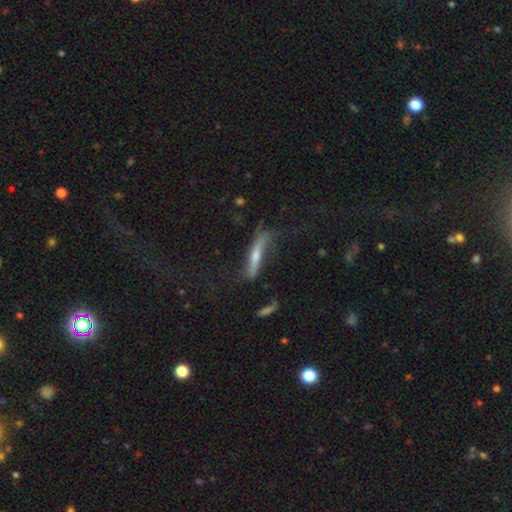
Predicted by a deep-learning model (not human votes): A featured or disk galaxy (57%) viewed edge-on (80%).

Vote fractions:
- Smooth or featured? featured or disk: 57% / smooth: 34% / star or artifact: 9%
- Edge-on disk? yes: 80% / no: 20%
- Merging? none: 50% / minor disturbance: 25% / major disturbance: 22% / merger: 4%